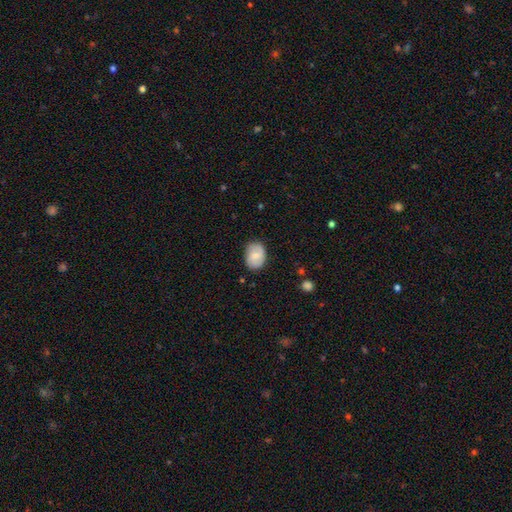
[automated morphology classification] smooth-or-featured: smooth: 69% | featured or disk: 24% | star or artifact: 7%
  how-rounded: in between: 66% | round: 33% | cigar-shaped: 1%
  merging: none: 74% | minor disturbance: 20% | major disturbance: 4% | merger: 1%